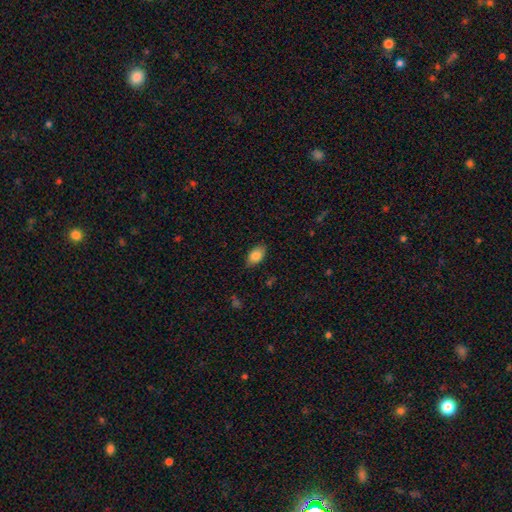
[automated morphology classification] This is clearly a smooth galaxy (85%). How rounded: clearly in between (91%). Merging: clearly none (82%).